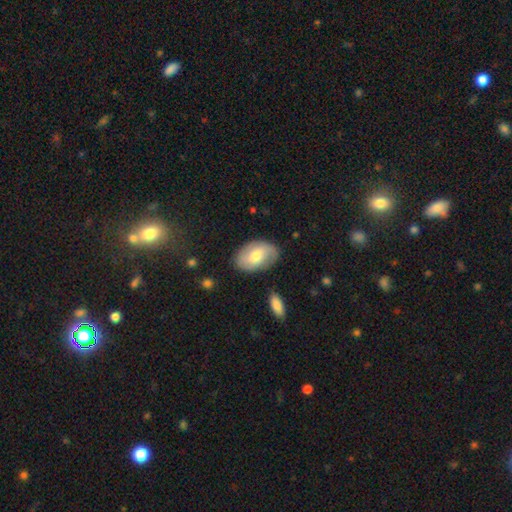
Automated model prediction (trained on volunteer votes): A smooth galaxy with no disk features (55%) that is in between round and cigar-shaped (90%).

Vote fractions:
- Smooth or featured? smooth: 55% / featured or disk: 39% / star or artifact: 6%
- How rounded? in between: 90% / round: 9% / cigar-shaped: 1%
- Merging? none: 80% / minor disturbance: 14% / major disturbance: 4% / merger: 2%